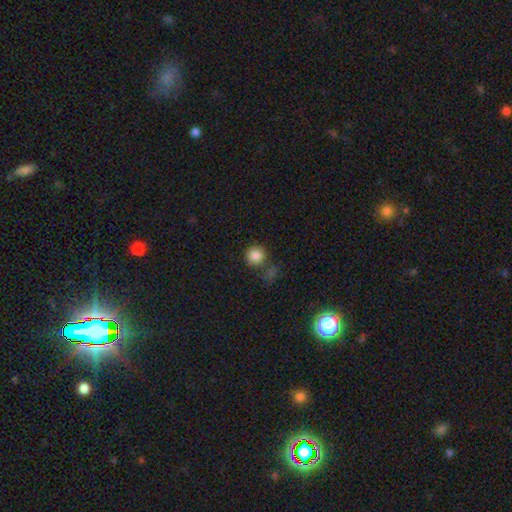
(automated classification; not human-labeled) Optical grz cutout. It shows a smooth galaxy with no disk features (84%) that is round (92%). Merging: none (69%).